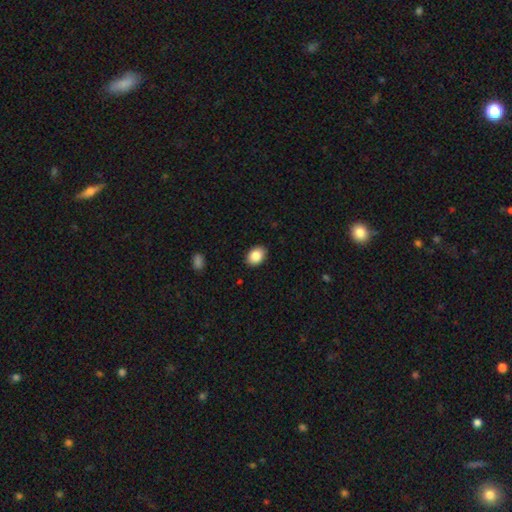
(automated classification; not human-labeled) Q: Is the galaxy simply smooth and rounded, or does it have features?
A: smooth — 87%.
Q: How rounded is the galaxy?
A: in between — 77%.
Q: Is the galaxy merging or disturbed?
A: none — 89%.